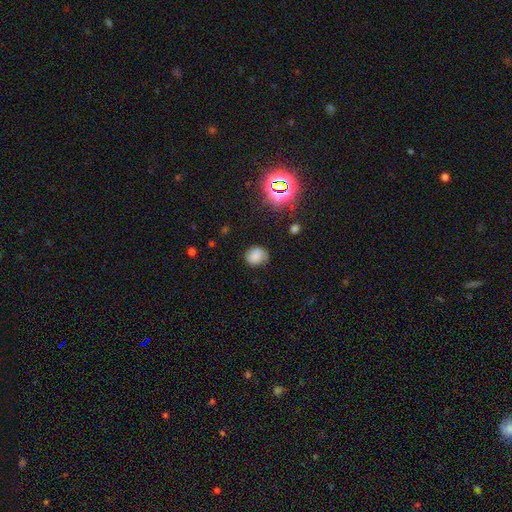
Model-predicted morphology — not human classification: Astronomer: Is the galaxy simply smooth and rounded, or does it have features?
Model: smooth — 75%.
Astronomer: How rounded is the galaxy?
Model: round — 70%.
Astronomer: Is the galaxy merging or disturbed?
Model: none — 71%.